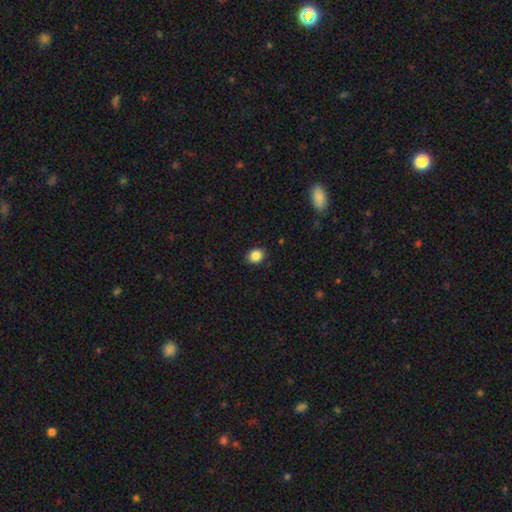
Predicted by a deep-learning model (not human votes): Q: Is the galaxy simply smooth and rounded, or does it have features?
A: smooth — 86%.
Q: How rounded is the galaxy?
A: round — 65%.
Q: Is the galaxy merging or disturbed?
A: none — 88%.